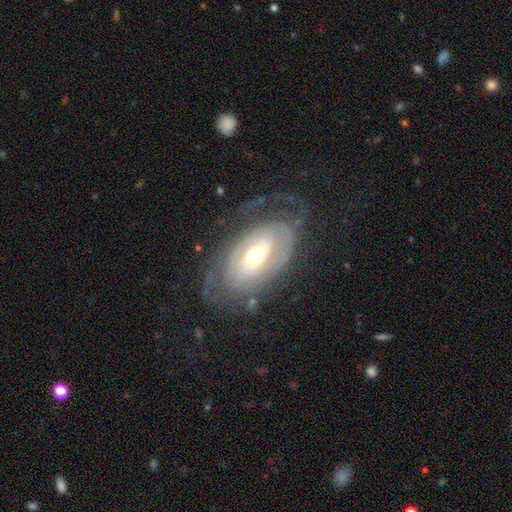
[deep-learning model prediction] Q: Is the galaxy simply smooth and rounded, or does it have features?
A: featured or disk — 81%.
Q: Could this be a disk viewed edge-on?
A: no — 93%.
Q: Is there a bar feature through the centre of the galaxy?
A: no — 50%.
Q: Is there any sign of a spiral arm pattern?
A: yes — 81%.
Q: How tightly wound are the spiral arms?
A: tight — 65%.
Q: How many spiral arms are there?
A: can't tell — 42%.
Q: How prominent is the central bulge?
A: moderate — 63%.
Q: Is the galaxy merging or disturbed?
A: none — 62%.